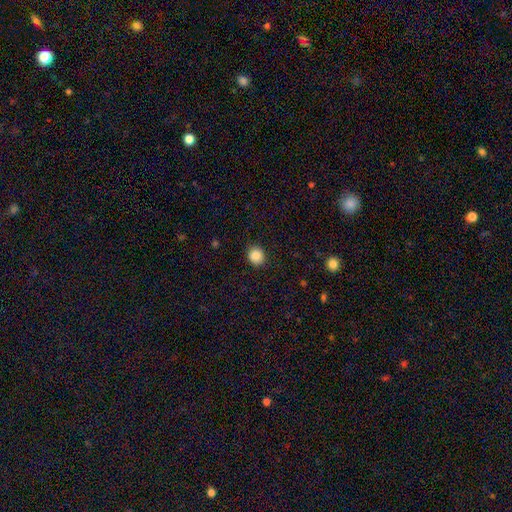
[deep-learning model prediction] Q: Smooth or featured?
A: smooth (87%); runner-up: star or artifact (9%)
Q: How rounded?
A: round (78%); runner-up: in between (22%)
Q: Merging?
A: none (90%); runner-up: minor disturbance (7%)